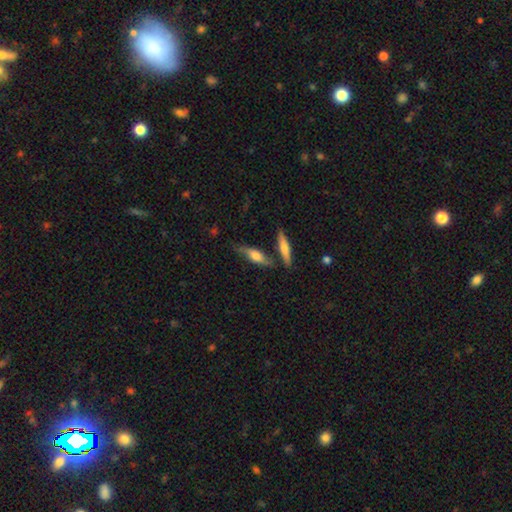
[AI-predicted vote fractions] featured or disk 47%, smooth 46%, star or artifact 7%. Down the decision tree: merging — none (64%).